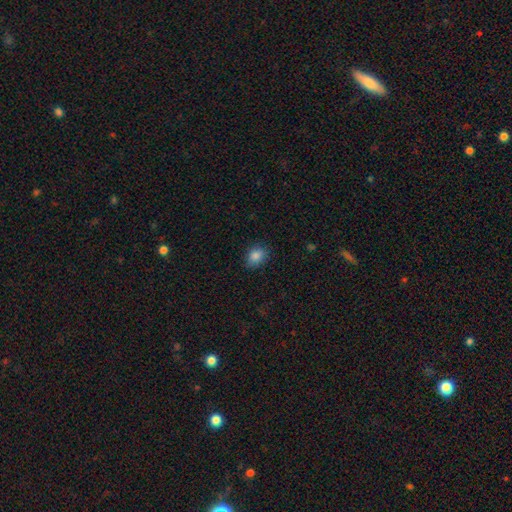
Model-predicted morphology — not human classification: smooth-or-featured: smooth: 85% | star or artifact: 10% | featured or disk: 6%
  how-rounded: in between: 63% | round: 36% | cigar-shaped: 1%
  merging: none: 81% | minor disturbance: 16% | major disturbance: 3% | merger: 1%